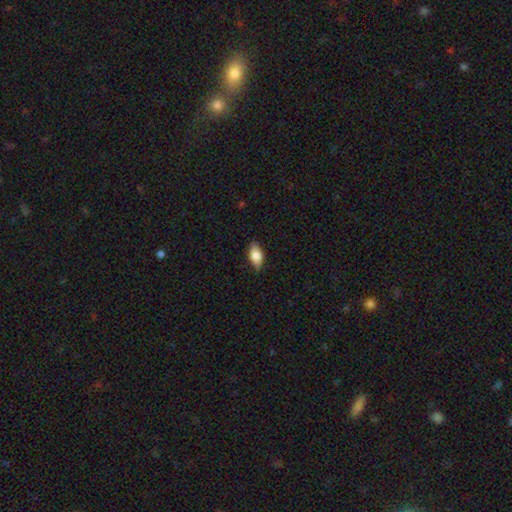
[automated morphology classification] smooth 76%, featured or disk 17%, star or artifact 7%. Down the decision tree: how rounded — in between (88%); merging — none (84%).